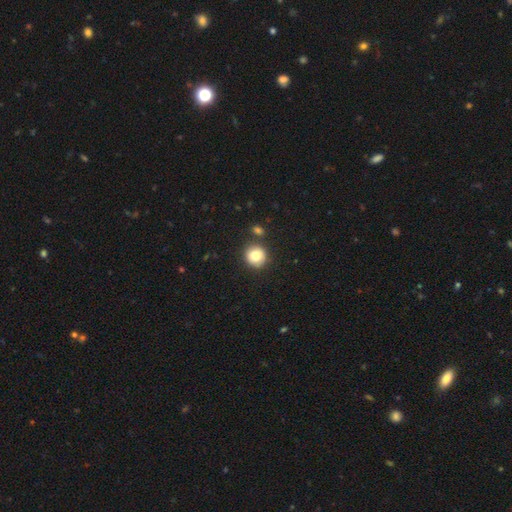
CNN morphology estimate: Smooth or featured? smooth (81%)
How rounded? round (91%)
Merging? none (80%)